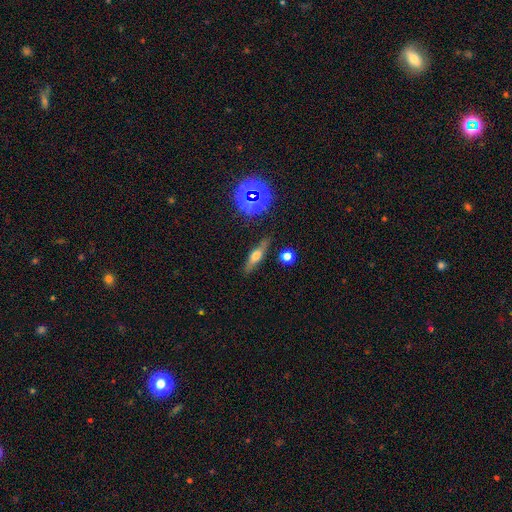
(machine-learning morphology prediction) smooth_or_featured: smooth (p=0.44) [alt: featured or disk p=0.43]
merging: none (p=0.83) [alt: minor disturbance p=0.11]